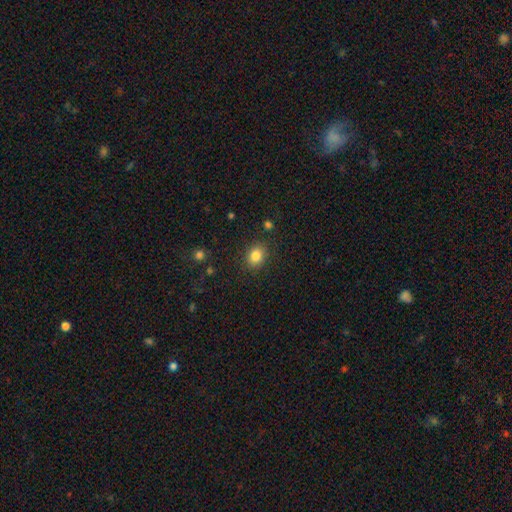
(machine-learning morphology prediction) Smooth or featured: smooth — 84% (star or artifact — 10%)
How rounded: in between — 52% (round — 47%)
Merging: none — 85% (minor disturbance — 10%)